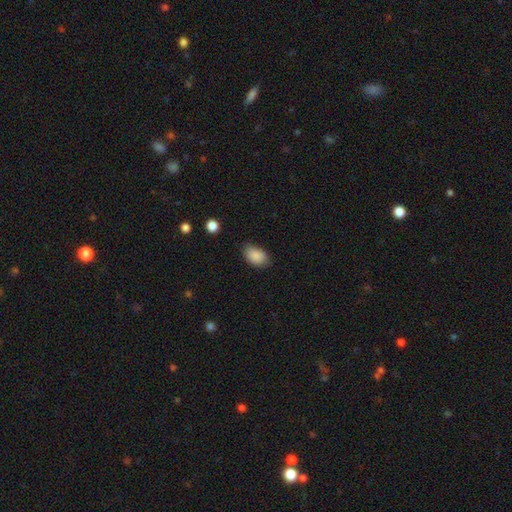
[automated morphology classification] Smooth or featured? Predicted: smooth (p=0.89). How rounded? Predicted: in between (p=0.89). Merging? Predicted: none (p=0.75).